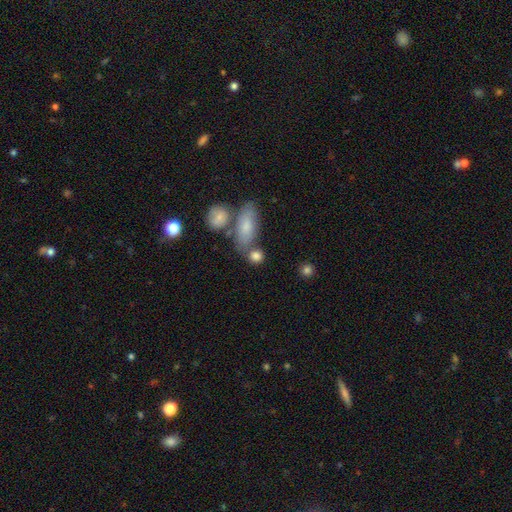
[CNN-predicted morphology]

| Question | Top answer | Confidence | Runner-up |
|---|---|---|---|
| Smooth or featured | smooth | 83% | featured or disk (9%) |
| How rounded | round | 54% | in between (40%) |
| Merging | none | 59% | merger (21%) |